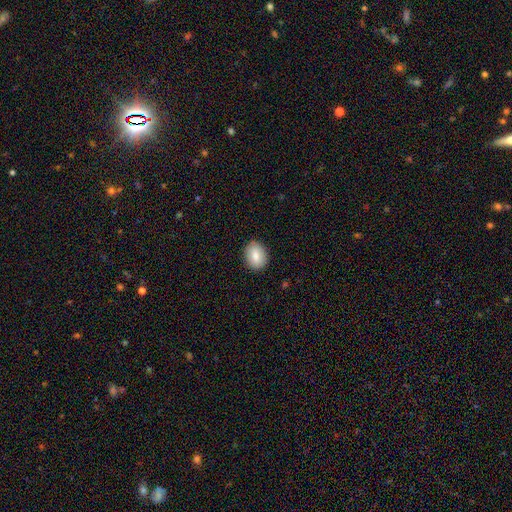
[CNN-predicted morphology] Smooth or featured? smooth (82%)
How rounded? in between (66%)
Merging? none (88%)